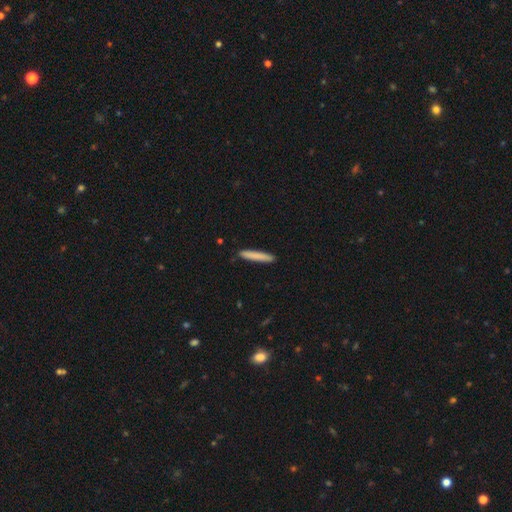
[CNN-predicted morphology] type=smooth (84%); roundness=cigar-shaped (94%); merging=none (91%).